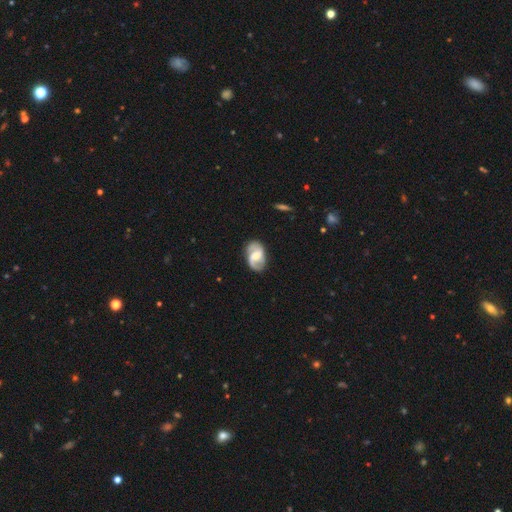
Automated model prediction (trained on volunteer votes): Overall: featured or disk (74%). Edge-on disk: no (97%). Bar: weak (51%; no 32%). Spiral arms: yes (93%). Spiral arm count: 2 (85%). Spiral winding: medium (46%; loose 32%). Bulge size: moderate (47%; small 27%). Merging: none (74%).